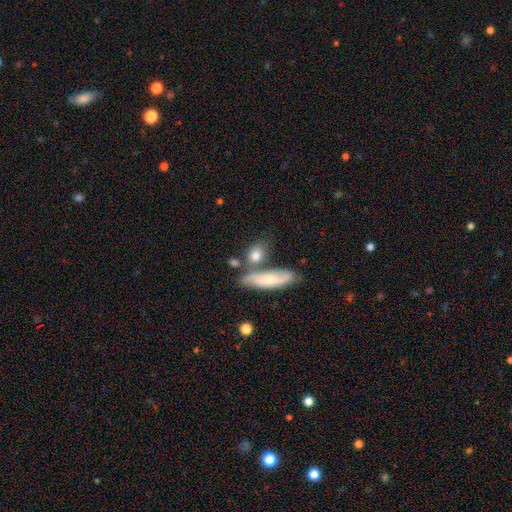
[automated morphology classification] This is likely a smooth galaxy (74%). How rounded: possibly in between (51%). Merging: possibly none (52%).